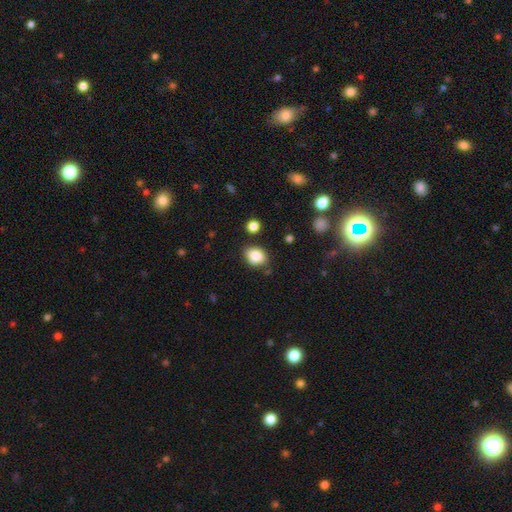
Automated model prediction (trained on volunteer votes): smooth_or_featured: smooth (p=0.84) [alt: star or artifact p=0.09]
how_rounded: in between (p=0.69) [alt: round p=0.30]
merging: none (p=0.75) [alt: minor disturbance p=0.17]